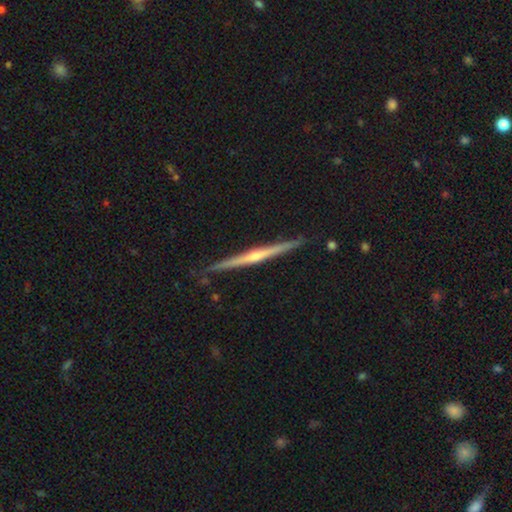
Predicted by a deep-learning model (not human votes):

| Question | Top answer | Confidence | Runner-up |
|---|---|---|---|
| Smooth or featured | featured or disk | 82% | smooth (13%) |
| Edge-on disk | yes | 98% | no (2%) |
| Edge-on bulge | rounded | 74% | none (20%) |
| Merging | none | 91% | minor disturbance (7%) |